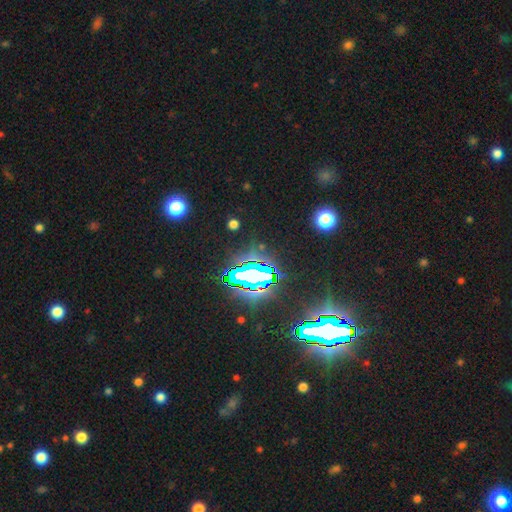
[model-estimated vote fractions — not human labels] This appears to be a star or artifact, not a galaxy (82%).